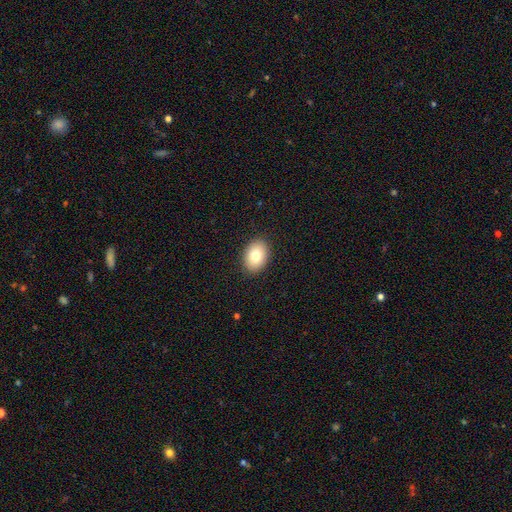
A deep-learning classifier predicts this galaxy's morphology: smooth 80%, featured or disk 12%, star or artifact 8%. Down the decision tree: how rounded — in between (78%); merging — none (90%).